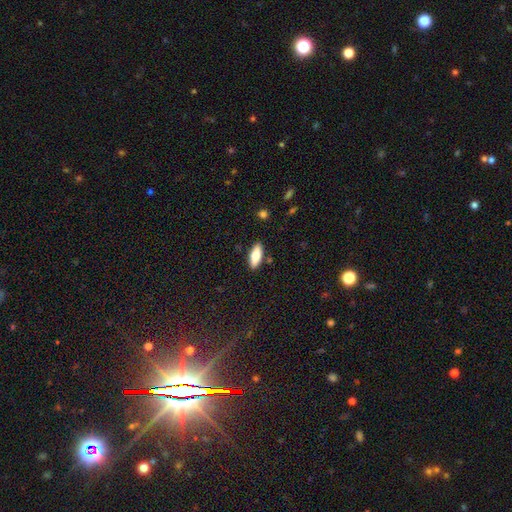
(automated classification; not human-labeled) Smooth or featured? Predicted: smooth (p=0.71). How rounded? Predicted: in between (p=0.69). Merging? Predicted: none (p=0.88).